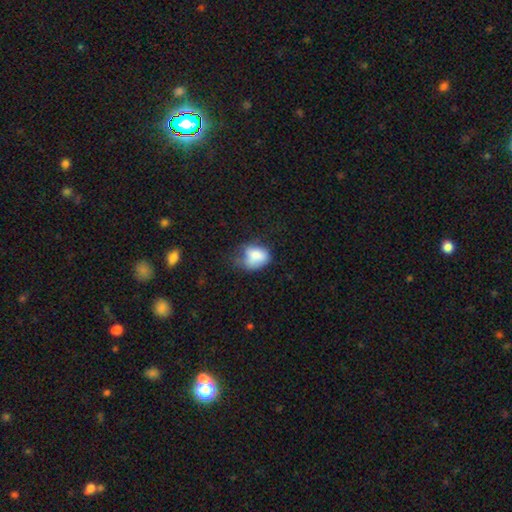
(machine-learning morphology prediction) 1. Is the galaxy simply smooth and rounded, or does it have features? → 75% smooth, 15% featured or disk, 9% star or artifact.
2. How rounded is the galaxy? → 69% in between, 30% round, 1% cigar-shaped.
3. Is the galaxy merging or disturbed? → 38% minor disturbance, 29% major disturbance, 28% none, 5% merger.